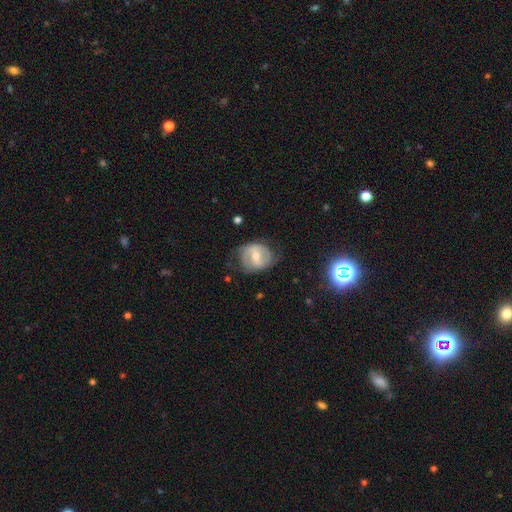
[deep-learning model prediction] This appears to be a featured or disk galaxy (63%) with a weak bar (47%), spiral arms (69%) and a moderate central bulge (58%). Merging: none (59%).